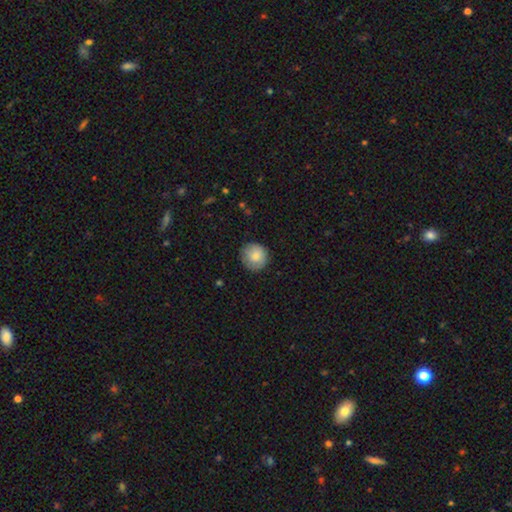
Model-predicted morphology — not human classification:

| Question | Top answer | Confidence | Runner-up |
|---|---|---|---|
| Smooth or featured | smooth | 83% | featured or disk (10%) |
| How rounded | round | 93% | in between (6%) |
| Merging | none | 85% | minor disturbance (12%) |